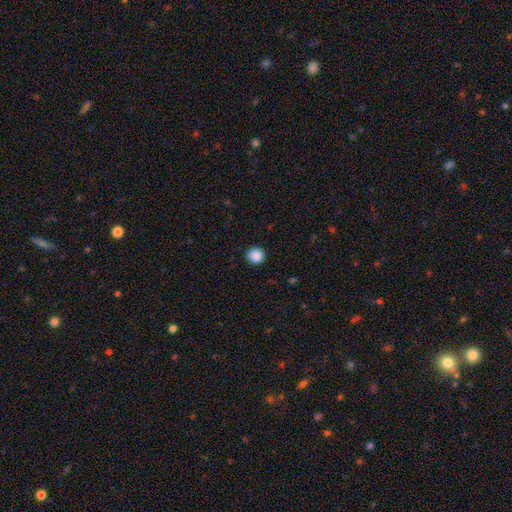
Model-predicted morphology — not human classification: Smooth or featured? smooth (89%)
How rounded? round (91%)
Merging? none (92%)